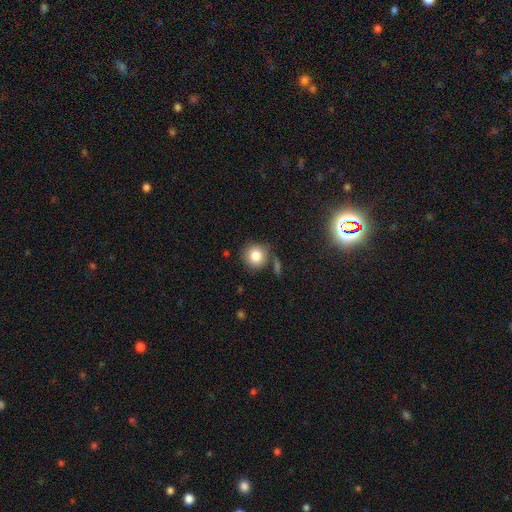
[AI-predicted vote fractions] Morphology: type=smooth (83%); roundness=round (89%); merging=none (74%).